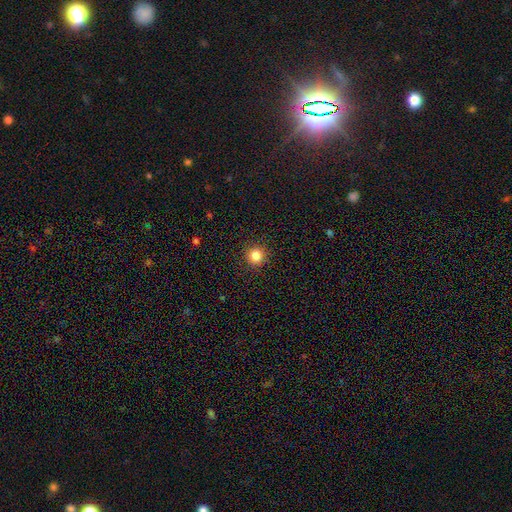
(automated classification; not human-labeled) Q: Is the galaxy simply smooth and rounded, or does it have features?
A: smooth — 84%.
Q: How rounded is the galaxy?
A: round — 94%.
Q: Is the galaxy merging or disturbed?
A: none — 91%.